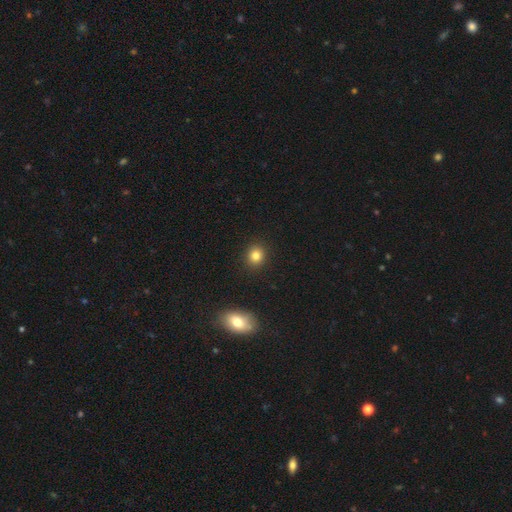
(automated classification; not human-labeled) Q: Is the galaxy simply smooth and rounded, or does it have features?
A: smooth — 82%.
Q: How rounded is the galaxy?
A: round — 79%.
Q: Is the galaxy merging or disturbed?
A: none — 91%.